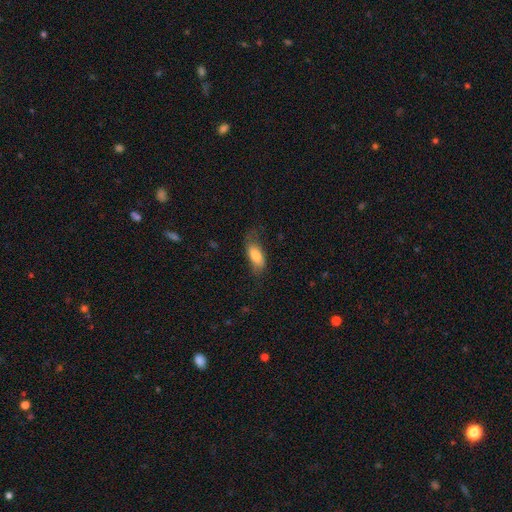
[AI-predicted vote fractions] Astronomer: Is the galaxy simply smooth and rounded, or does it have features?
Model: smooth — 76%.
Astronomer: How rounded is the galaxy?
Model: in between — 83%.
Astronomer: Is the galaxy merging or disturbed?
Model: none — 59%.